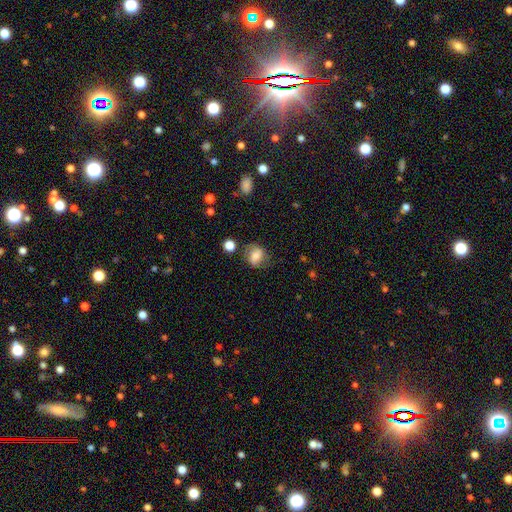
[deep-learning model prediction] Q: Smooth or featured?
A: smooth (68%); runner-up: featured or disk (22%)
Q: How rounded?
A: in between (51%); runner-up: round (48%)
Q: Merging?
A: none (65%); runner-up: minor disturbance (22%)